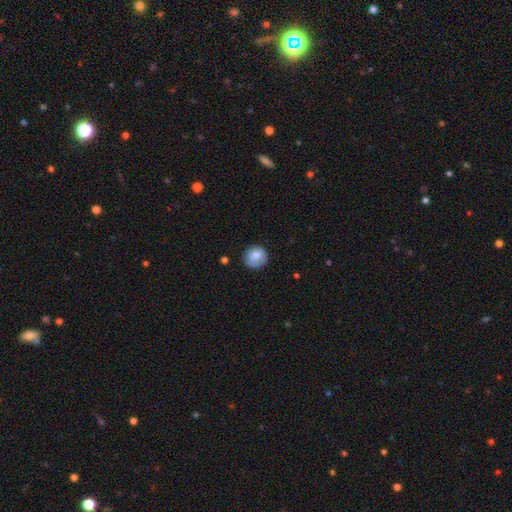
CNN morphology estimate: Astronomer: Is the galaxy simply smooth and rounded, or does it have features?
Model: smooth — 78%.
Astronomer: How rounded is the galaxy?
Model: round — 87%.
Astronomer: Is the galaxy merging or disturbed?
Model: none — 71%.